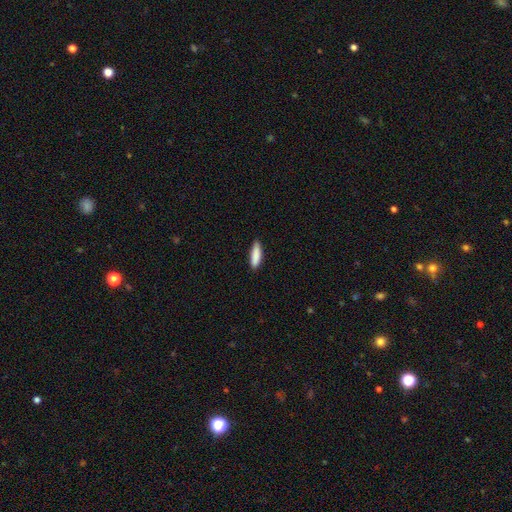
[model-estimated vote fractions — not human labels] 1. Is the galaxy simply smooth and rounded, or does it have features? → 88% smooth, 6% star or artifact, 6% featured or disk.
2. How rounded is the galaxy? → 57% cigar-shaped, 42% in between, 1% round.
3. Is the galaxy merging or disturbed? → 85% none, 12% minor disturbance, 2% major disturbance, 1% merger.